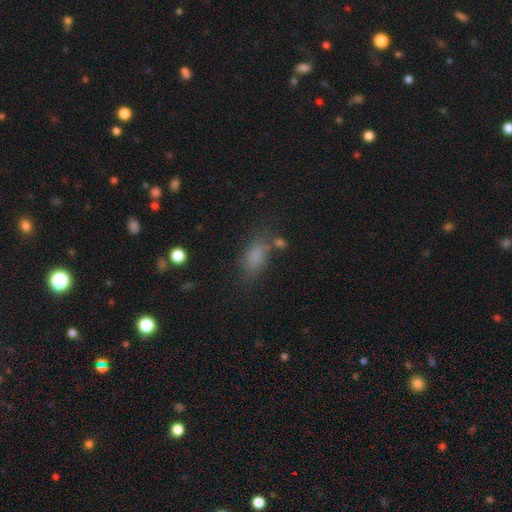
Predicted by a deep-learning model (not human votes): The model was most divided on "merging": none: 62%, minor disturbance: 19%, major disturbance: 10%, merger: 8%. More confident: how rounded — in between (81%); smooth or featured — smooth (77%).